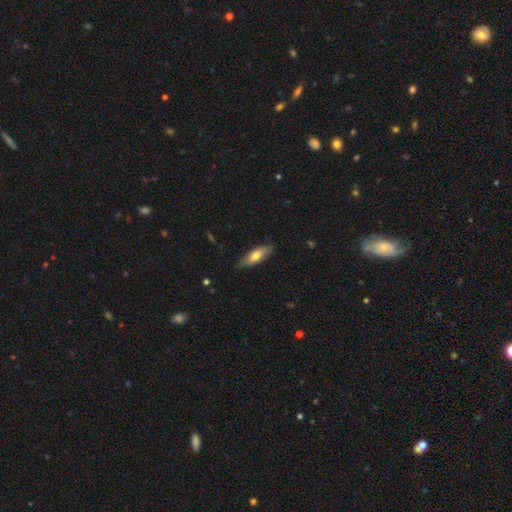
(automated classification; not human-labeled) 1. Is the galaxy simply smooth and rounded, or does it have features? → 62% smooth, 32% featured or disk, 6% star or artifact.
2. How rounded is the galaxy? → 49% in between (tied), 49% cigar-shaped (tied), 2% round.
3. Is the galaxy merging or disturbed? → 85% none, 12% minor disturbance, 2% major disturbance, 1% merger.